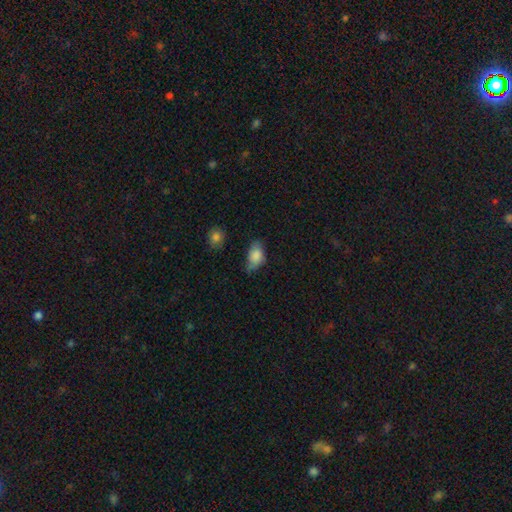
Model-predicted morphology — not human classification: This is clearly a smooth galaxy (82%). How rounded: clearly in between (88%). Merging: possibly none (49%).